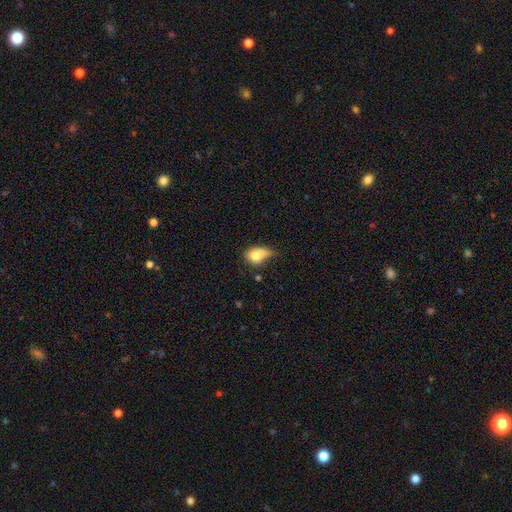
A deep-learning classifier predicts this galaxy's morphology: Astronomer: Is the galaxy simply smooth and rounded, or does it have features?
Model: smooth — 73%.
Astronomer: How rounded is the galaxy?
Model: in between — 68%.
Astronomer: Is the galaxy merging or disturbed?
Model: minor disturbance — 36% (runner-up: major disturbance, 27%).